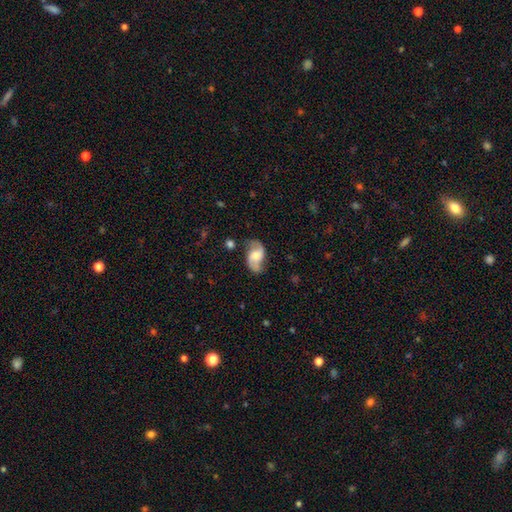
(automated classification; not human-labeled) A featured or disk galaxy (70%) with no bar (49%), 2 (90%) loose (51%) spiral arms (92%) and a moderate central bulge (53%). Merging: none (70%).